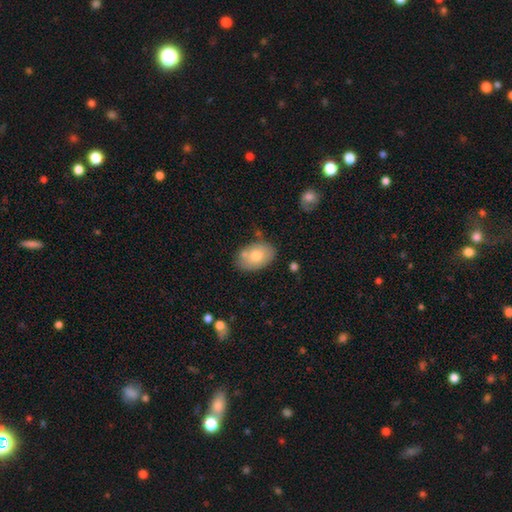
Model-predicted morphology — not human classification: smooth 73%, featured or disk 21%, star or artifact 7%. Down the decision tree: how rounded — in between (87%); merging — none (66%).